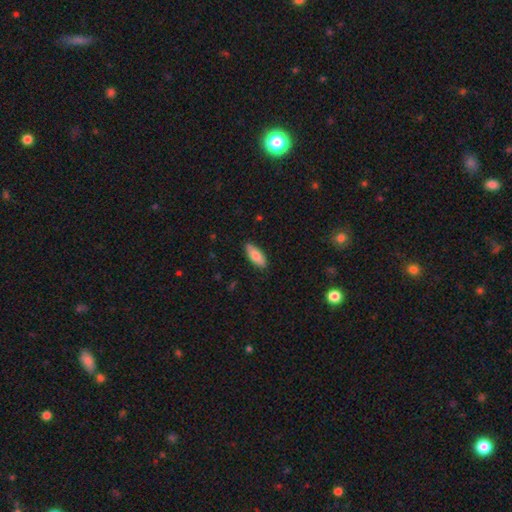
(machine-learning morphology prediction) Smooth or featured?
  - smooth: 81% *
  - featured or disk: 14%
  - star or artifact: 6%
How rounded?
  - in between: 75% *
  - cigar-shaped: 23%
  - round: 2%
Merging?
  - none: 86% *
  - minor disturbance: 11%
  - major disturbance: 2%
  - merger: 1%